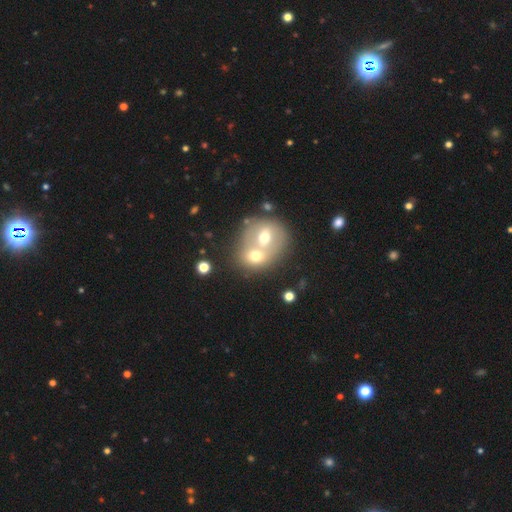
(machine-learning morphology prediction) smooth-or-featured: smooth: 62% | featured or disk: 28% | star or artifact: 10%
  how-rounded: round: 67% | in between: 32% | cigar-shaped: 1%
  merging: merger: 71% | none: 20% | minor disturbance: 5% | major disturbance: 3%